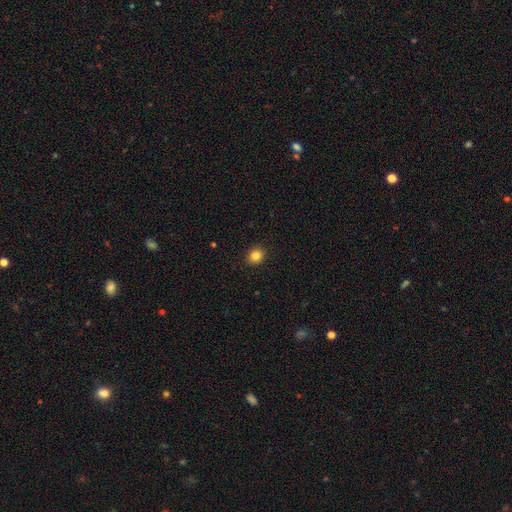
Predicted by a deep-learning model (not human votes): A smooth galaxy with no disk features (83%) that is round (72%).

Vote fractions:
- Smooth or featured? smooth: 83% / star or artifact: 11% / featured or disk: 6%
- How rounded? round: 72% / in between: 28% / cigar-shaped: 1%
- Merging? none: 91% / minor disturbance: 6% / major disturbance: 2% / merger: 1%